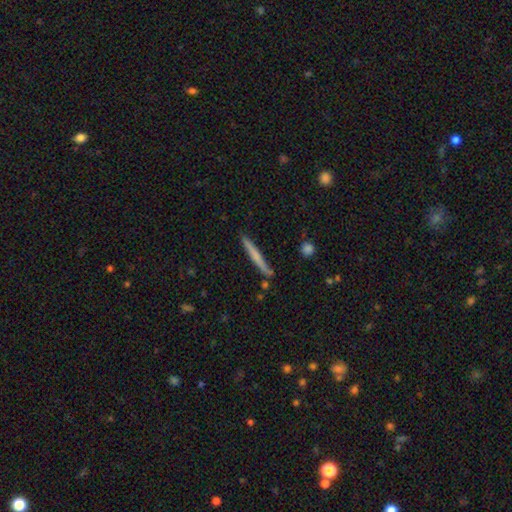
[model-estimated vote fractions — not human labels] smooth_or_featured: smooth (p=0.57) [alt: featured or disk p=0.37]
how_rounded: cigar-shaped (p=0.96) [alt: in between p=0.02]
merging: none (p=0.86) [alt: minor disturbance p=0.10]